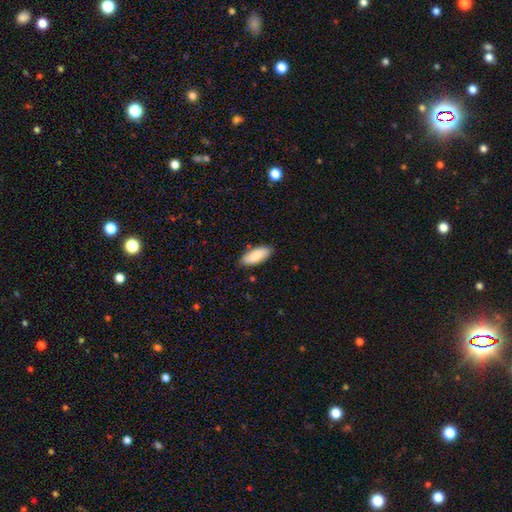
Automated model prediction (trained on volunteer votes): A smooth galaxy with no disk features (83%) that is in between round and cigar-shaped (83%).

Vote fractions:
- Smooth or featured? smooth: 83% / featured or disk: 11% / star or artifact: 6%
- How rounded? in between: 83% / cigar-shaped: 15% / round: 2%
- Merging? none: 85% / minor disturbance: 12% / major disturbance: 2% / merger: 1%